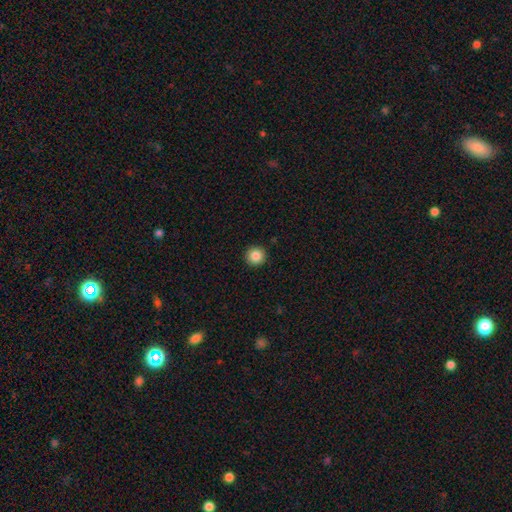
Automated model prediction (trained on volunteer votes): A smooth galaxy with no disk features (85%) that is round (96%).

Vote fractions:
- Smooth or featured? smooth: 85% / star or artifact: 10% / featured or disk: 5%
- How rounded? round: 96% / in between: 3% / cigar-shaped: 1%
- Merging? none: 93% / minor disturbance: 5% / major disturbance: 1% / merger: 1%